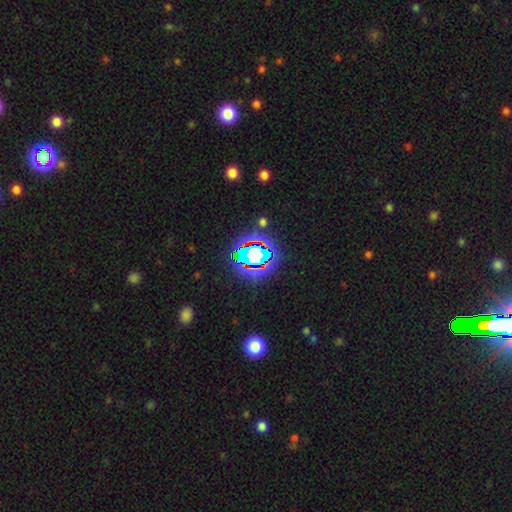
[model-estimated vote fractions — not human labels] Smooth or featured? Predicted: star or artifact (p=0.68).